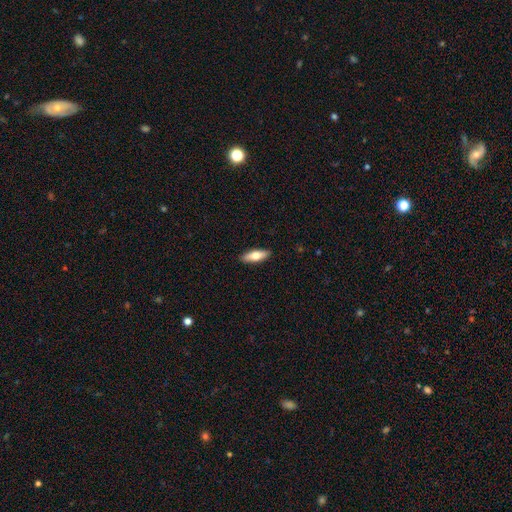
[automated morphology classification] Smooth or featured? Predicted: smooth (p=0.70). How rounded? Predicted: in between (p=0.59). Merging? Predicted: none (p=0.90).